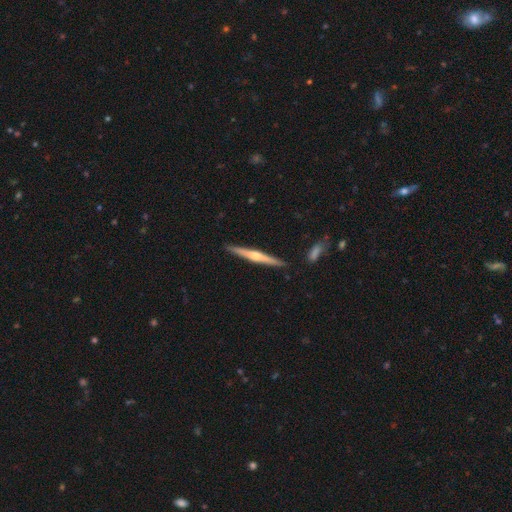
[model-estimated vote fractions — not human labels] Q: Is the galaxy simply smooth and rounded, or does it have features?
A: featured or disk — 66%.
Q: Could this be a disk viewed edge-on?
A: yes — 98%.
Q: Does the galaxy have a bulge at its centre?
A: rounded — 77%.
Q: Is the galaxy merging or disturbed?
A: none — 89%.